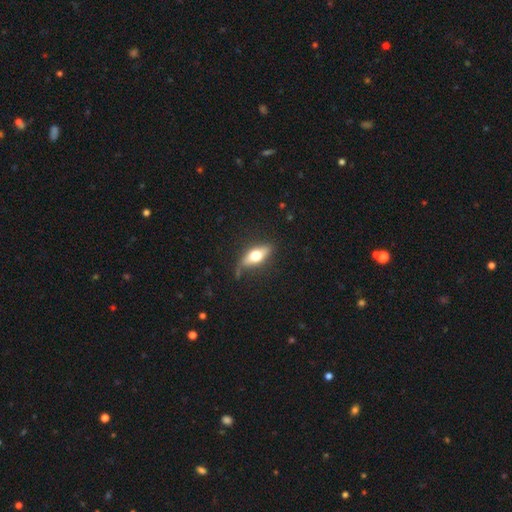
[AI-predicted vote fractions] Morphology: type=smooth (53%); roundness=in between (66%); merging=none (68%).